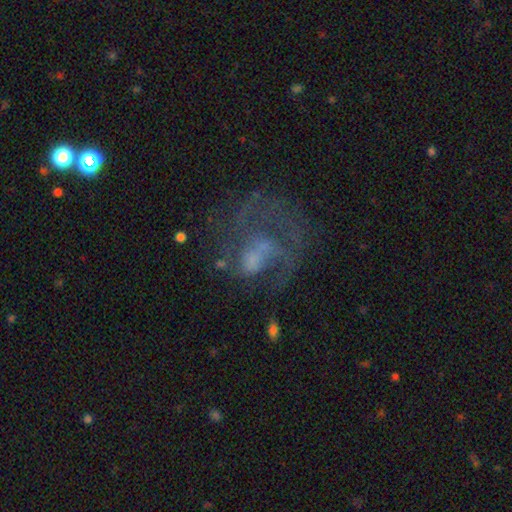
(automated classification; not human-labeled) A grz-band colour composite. It shows a featured or disk galaxy (67%) with no bar (67%), spiral arms (62%) and no central bulge (38%). Merging: major disturbance (41%).